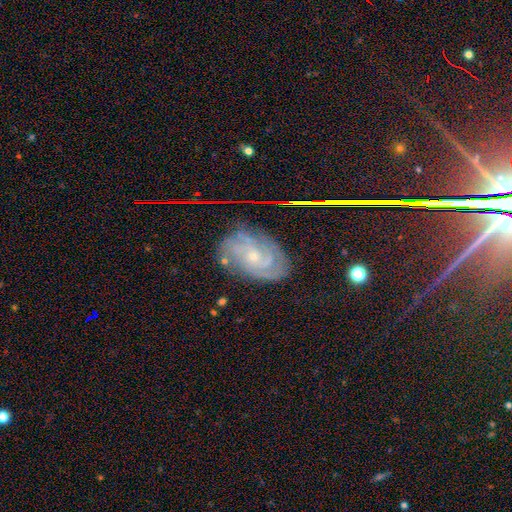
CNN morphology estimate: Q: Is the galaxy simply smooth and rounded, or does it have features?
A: featured or disk — 67%.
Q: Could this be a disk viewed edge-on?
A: no — 94%.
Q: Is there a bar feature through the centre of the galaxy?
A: no — 62%.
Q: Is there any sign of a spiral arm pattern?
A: yes — 94%.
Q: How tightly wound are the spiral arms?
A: tight — 68%.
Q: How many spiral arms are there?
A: can't tell — 33%.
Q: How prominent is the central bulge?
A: small — 72%.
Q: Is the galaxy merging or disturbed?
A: none — 76%.